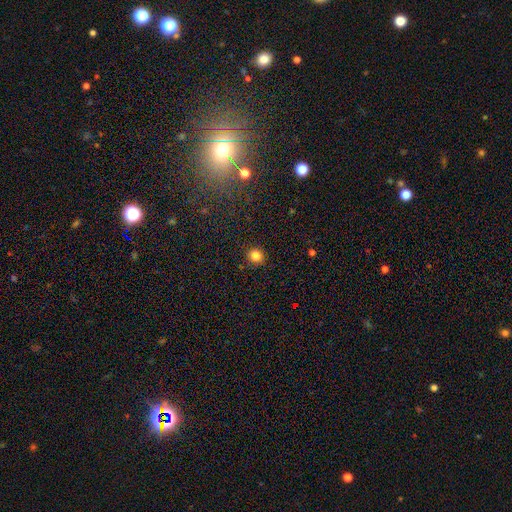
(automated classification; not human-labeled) A smooth galaxy with no disk features (84%) that is round (84%).

Vote fractions:
- Smooth or featured? smooth: 84% / star or artifact: 12% / featured or disk: 5%
- How rounded? round: 84% / in between: 15% / cigar-shaped: 1%
- Merging? none: 89% / minor disturbance: 8% / major disturbance: 2% / merger: 1%